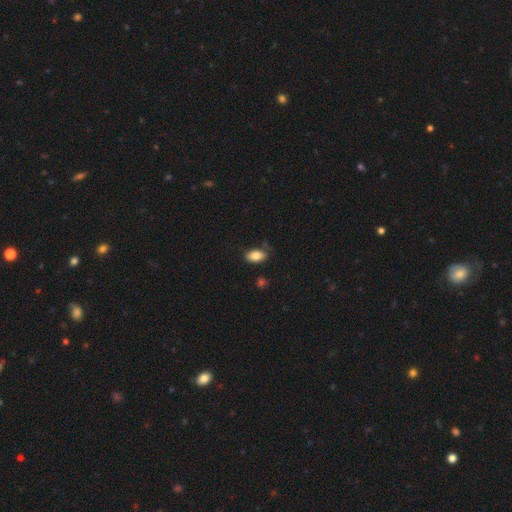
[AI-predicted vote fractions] smooth_or_featured: smooth (p=0.84) [alt: featured or disk p=0.09]
how_rounded: in between (p=0.92) [alt: round p=0.05]
merging: none (p=0.74) [alt: minor disturbance p=0.18]